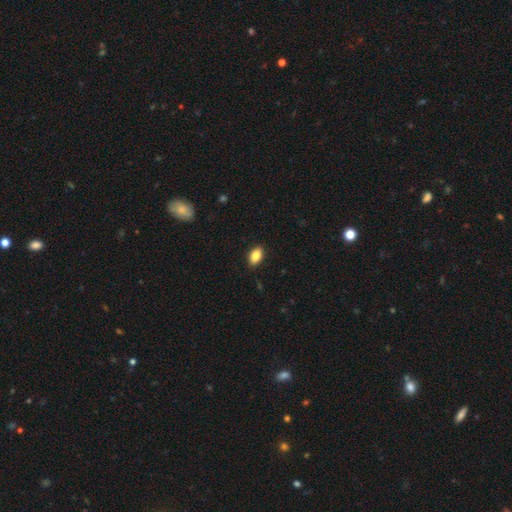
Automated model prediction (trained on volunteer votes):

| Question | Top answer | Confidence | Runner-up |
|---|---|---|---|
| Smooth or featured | smooth | 87% | star or artifact (8%) |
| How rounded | in between | 91% | round (7%) |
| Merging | none | 89% | minor disturbance (8%) |